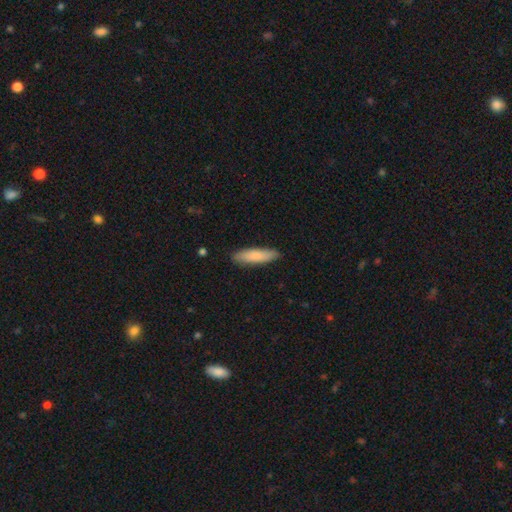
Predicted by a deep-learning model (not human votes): A smooth galaxy with no disk features (84%) that is cigar-shaped (69%). Merging: none (88%).